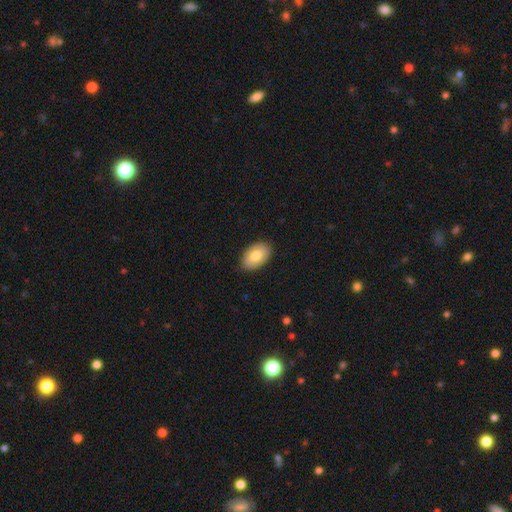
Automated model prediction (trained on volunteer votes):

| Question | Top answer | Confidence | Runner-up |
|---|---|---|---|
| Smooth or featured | smooth | 78% | featured or disk (16%) |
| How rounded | in between | 92% | round (7%) |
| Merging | none | 86% | minor disturbance (11%) |